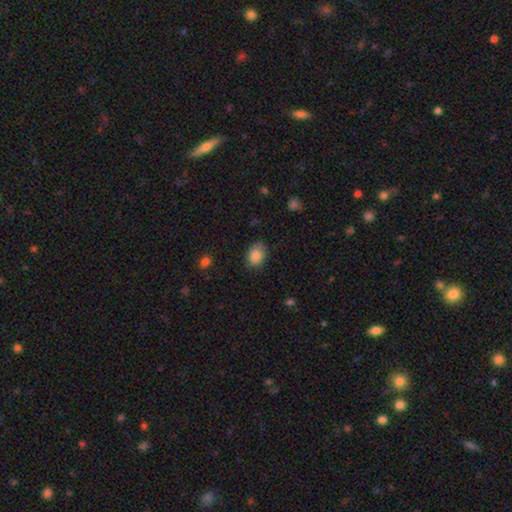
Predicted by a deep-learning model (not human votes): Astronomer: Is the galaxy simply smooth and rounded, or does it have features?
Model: smooth — 86%.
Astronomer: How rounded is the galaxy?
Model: in between — 71%.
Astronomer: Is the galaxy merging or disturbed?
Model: none — 77%.